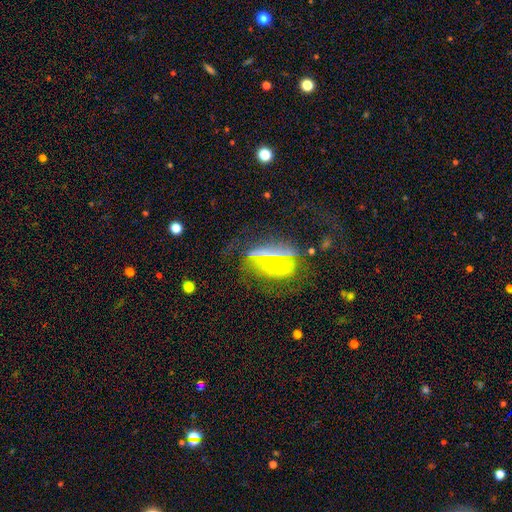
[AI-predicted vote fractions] The model was most divided on "smooth or featured": featured or disk: 42%, smooth: 32%, star or artifact: 26%. More confident: merging — none (57%).